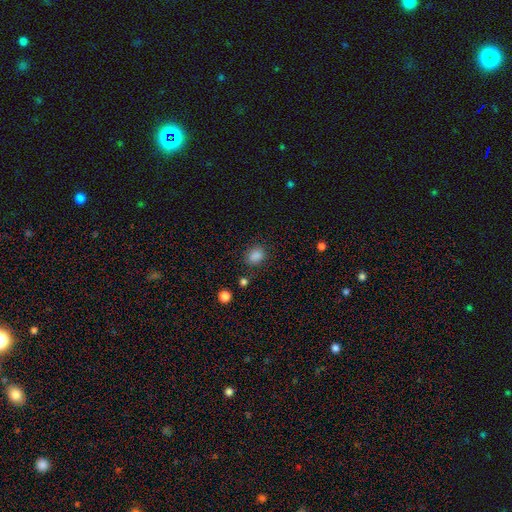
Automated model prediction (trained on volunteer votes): This appears to be a smooth galaxy with no disk features (85%) that is round (54%). Merging: none (81%).